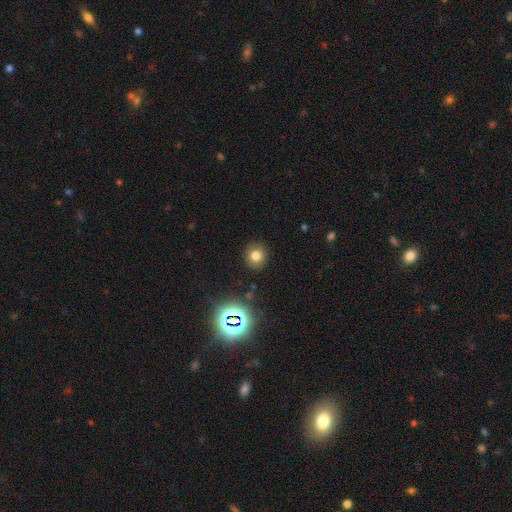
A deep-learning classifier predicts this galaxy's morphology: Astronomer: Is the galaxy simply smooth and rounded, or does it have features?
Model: smooth — 74%.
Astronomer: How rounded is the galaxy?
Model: round — 87%.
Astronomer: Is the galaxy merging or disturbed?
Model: none — 89%.